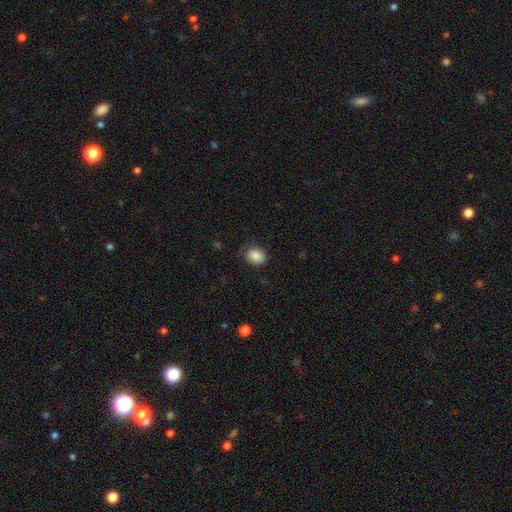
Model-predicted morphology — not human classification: smooth 85%, star or artifact 8%, featured or disk 7%. Down the decision tree: how rounded — round (54%); merging — none (76%).